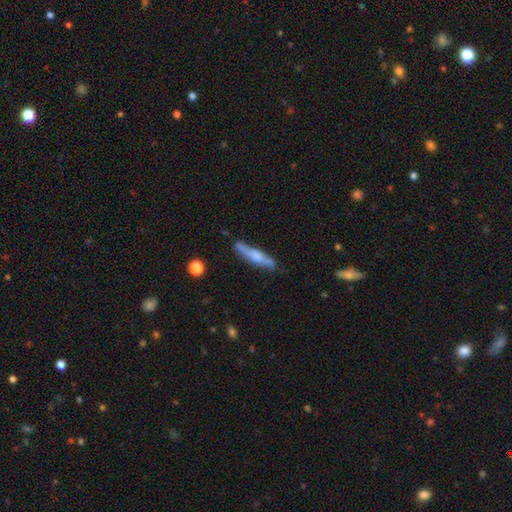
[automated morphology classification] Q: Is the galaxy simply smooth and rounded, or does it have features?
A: smooth — 47%.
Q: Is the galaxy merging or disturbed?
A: none — 76%.